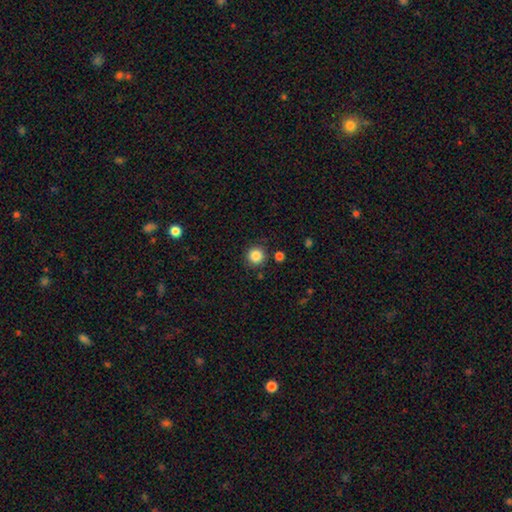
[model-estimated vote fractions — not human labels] The model was most divided on "smooth or featured": smooth: 85%, star or artifact: 11%, featured or disk: 4%. More confident: how rounded — round (95%); merging — none (88%).